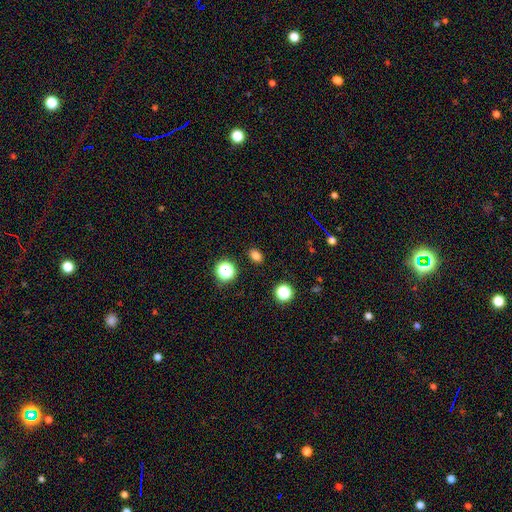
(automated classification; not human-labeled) Smooth or featured? Predicted: smooth (p=0.80). How rounded? Predicted: in between (p=0.63). Merging? Predicted: none (p=0.88).